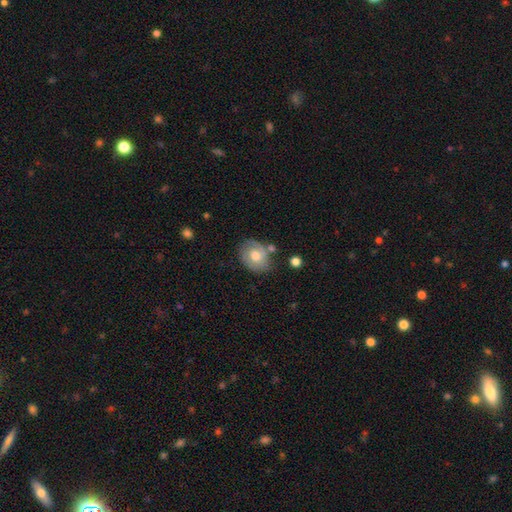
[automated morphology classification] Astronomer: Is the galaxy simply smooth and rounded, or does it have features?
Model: smooth — 50% (runner-up: featured or disk, 43%).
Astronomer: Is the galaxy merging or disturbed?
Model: none — 64%.